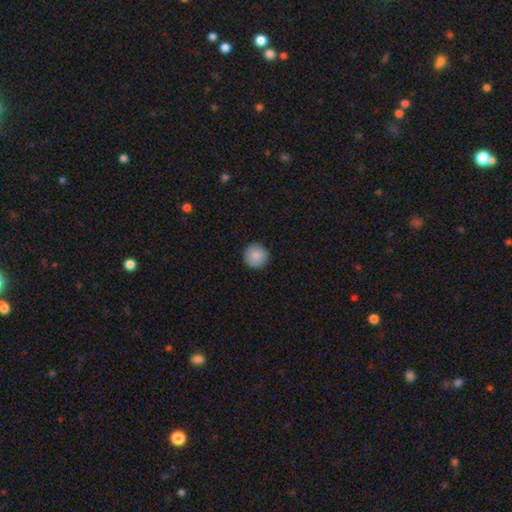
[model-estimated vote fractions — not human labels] The model was most divided on "smooth or featured": smooth: 87%, star or artifact: 7%, featured or disk: 5%. More confident: how rounded — round (95%); merging — none (91%).